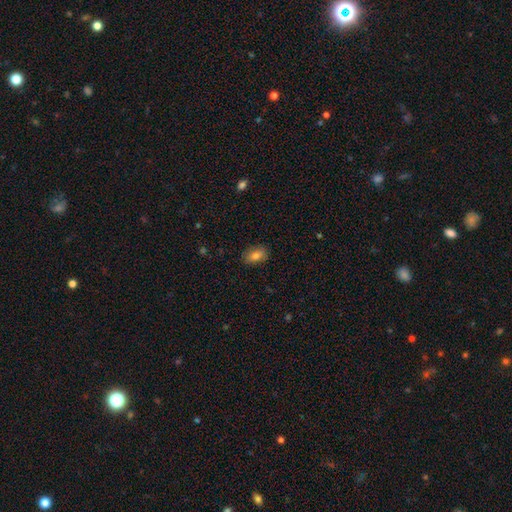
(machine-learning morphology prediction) smooth 81%, featured or disk 10%, star or artifact 8%. Down the decision tree: how rounded — in between (86%); merging — none (85%).